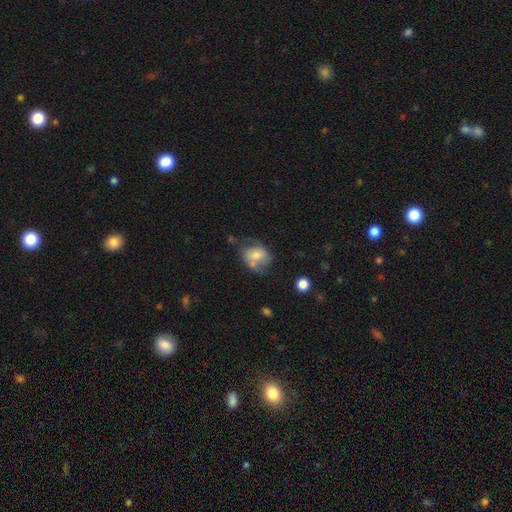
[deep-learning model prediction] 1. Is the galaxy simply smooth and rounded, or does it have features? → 59% smooth, 32% featured or disk, 8% star or artifact.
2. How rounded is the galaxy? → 56% in between, 43% round, 1% cigar-shaped.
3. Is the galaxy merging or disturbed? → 38% none, 27% minor disturbance, 18% major disturbance, 17% merger.